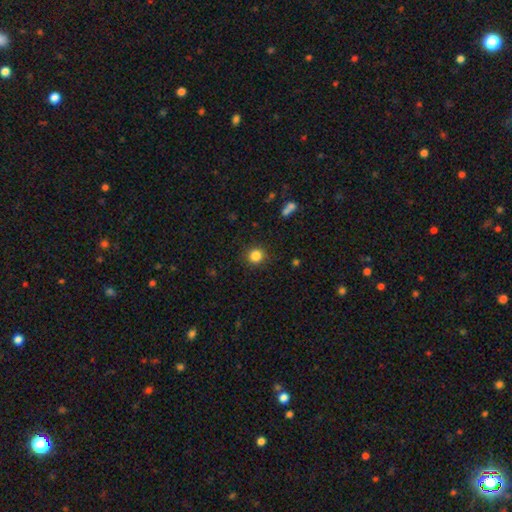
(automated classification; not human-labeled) This appears to be a smooth galaxy with no disk features (85%) that is round (92%). Merging: none (89%).